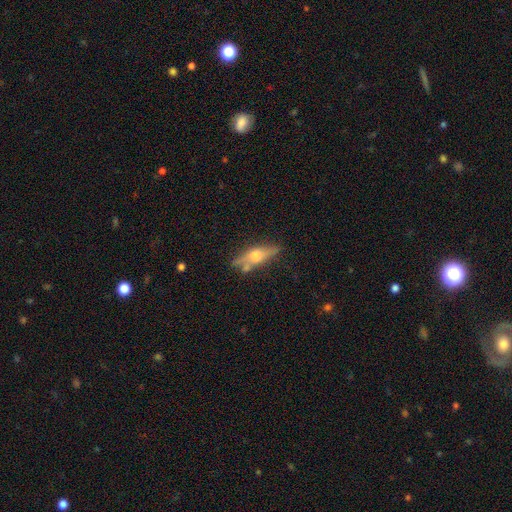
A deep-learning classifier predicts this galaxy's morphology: This appears to be a featured or disk galaxy (59%) viewed edge-on (88%) with a rounded central bulge (93%). Merging: none (72%).